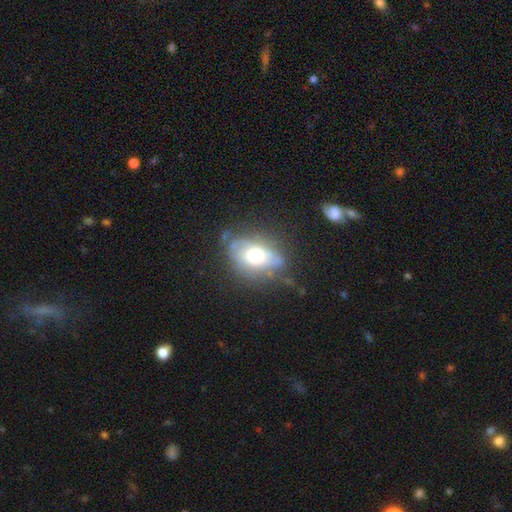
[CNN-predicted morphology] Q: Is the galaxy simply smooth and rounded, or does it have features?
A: featured or disk — 46%.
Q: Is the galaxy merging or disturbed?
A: none — 59%.